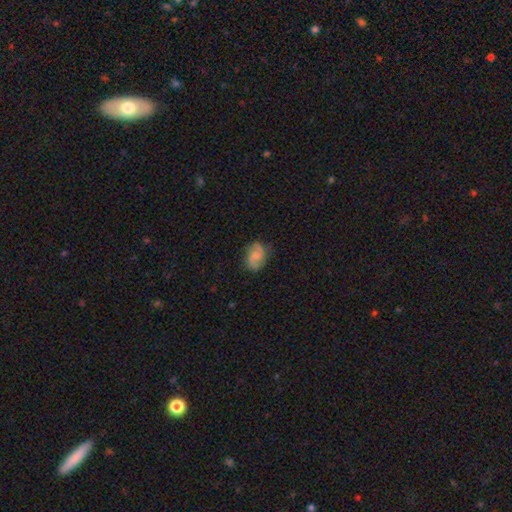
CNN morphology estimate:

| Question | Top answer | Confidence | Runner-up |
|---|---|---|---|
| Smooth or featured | featured or disk | 51% | smooth (40%) |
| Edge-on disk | no | 97% | yes (3%) |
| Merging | none | 73% | minor disturbance (19%) |